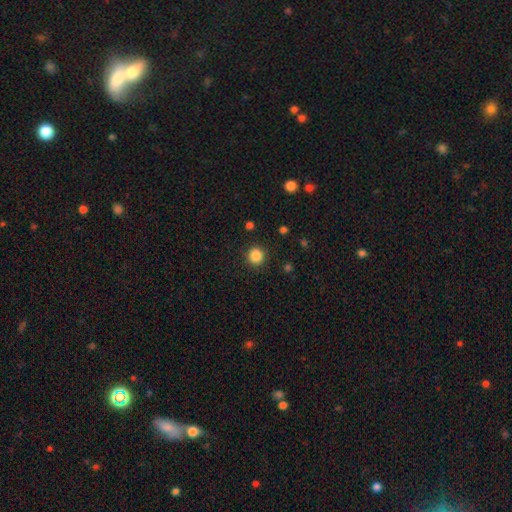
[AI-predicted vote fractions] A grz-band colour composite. It shows a smooth galaxy with no disk features (86%) that is round (93%). Merging: none (91%).